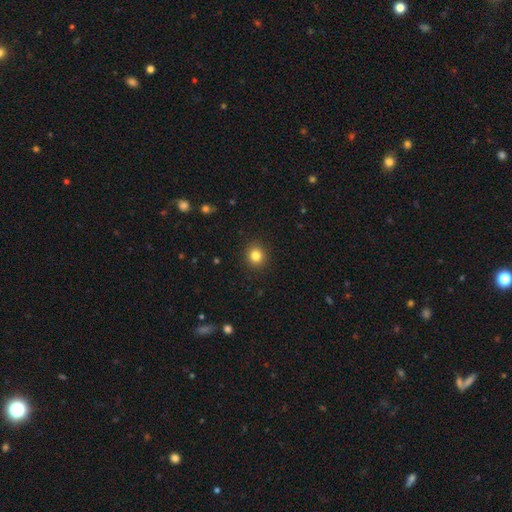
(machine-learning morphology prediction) Smooth or featured? smooth (83%)
How rounded? round (88%)
Merging? none (92%)